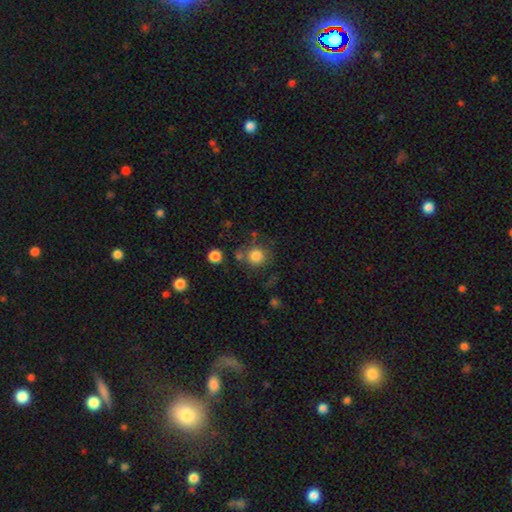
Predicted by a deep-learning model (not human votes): A smooth galaxy with no disk features (82%) that is round (91%). Merging: none (71%).